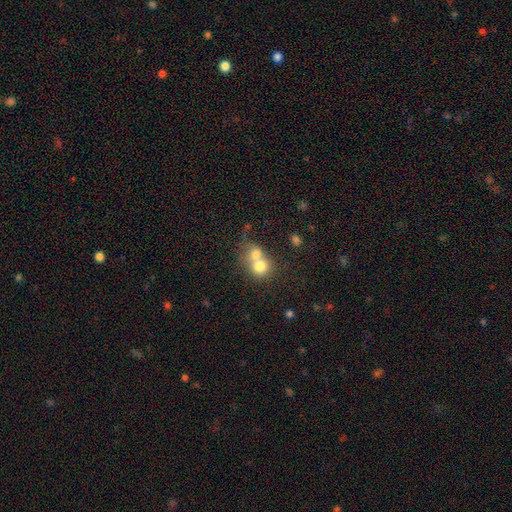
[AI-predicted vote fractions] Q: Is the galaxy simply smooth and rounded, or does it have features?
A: smooth — 68%.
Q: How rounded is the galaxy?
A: round — 75%.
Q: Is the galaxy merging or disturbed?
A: merger — 66%.